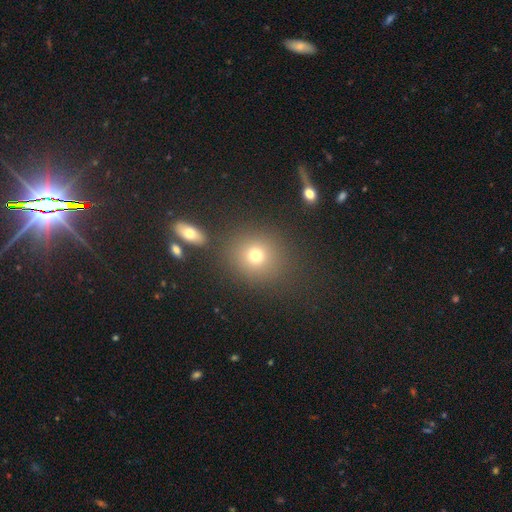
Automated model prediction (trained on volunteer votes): The model was most divided on "smooth or featured": smooth: 73%, star or artifact: 17%, featured or disk: 10%. More confident: how rounded — round (80%); merging — none (79%).